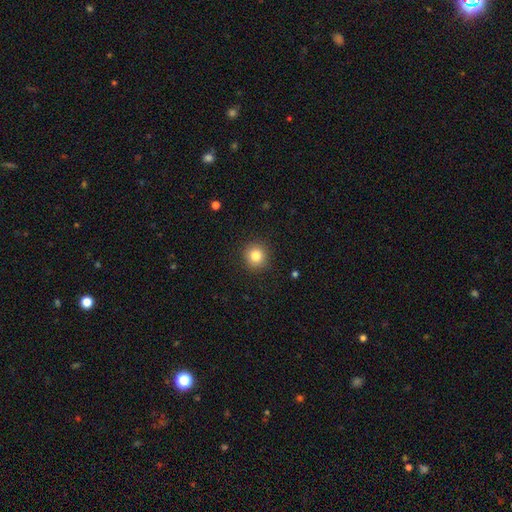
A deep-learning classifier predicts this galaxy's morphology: Q: Smooth or featured?
A: smooth (83%); runner-up: star or artifact (11%)
Q: How rounded?
A: round (93%); runner-up: in between (6%)
Q: Merging?
A: none (91%); runner-up: minor disturbance (6%)